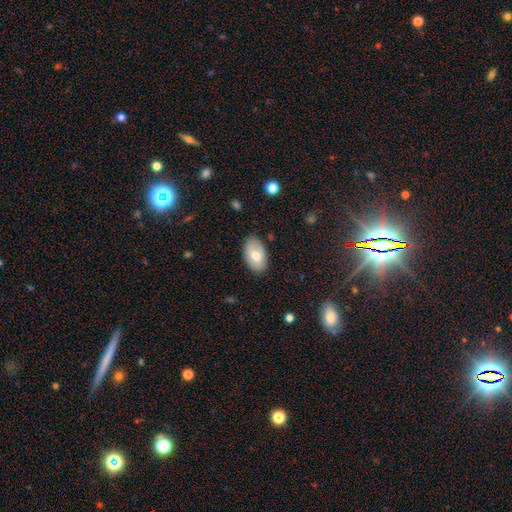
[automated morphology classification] smooth_or_featured: smooth (p=0.69) [alt: featured or disk p=0.25]
how_rounded: in between (p=0.94) [alt: round p=0.05]
merging: none (p=0.83) [alt: minor disturbance p=0.13]